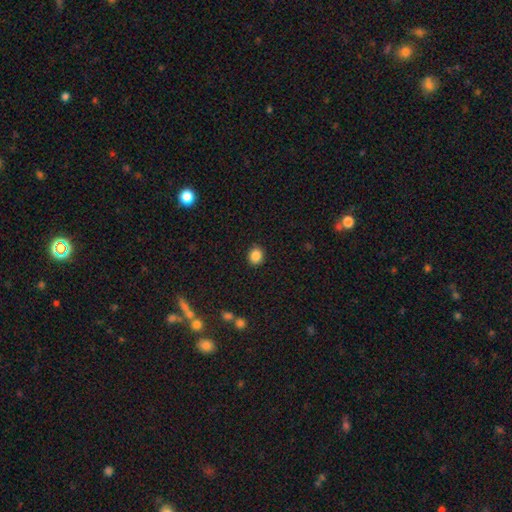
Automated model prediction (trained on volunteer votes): smooth 86%, star or artifact 10%, featured or disk 4%. Down the decision tree: how rounded — round (71%); merging — none (90%).